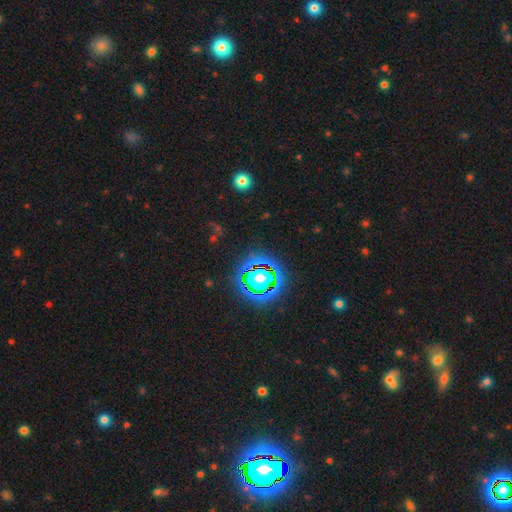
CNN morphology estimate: type=star or artifact (79%).